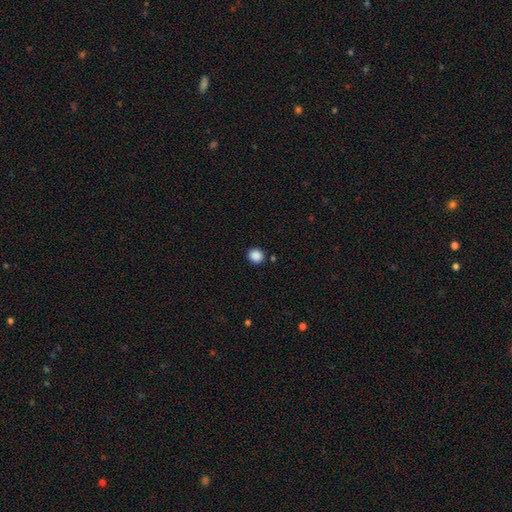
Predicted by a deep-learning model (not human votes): smooth-or-featured: smooth: 88% | star or artifact: 10% | featured or disk: 2%
  how-rounded: round: 87% | in between: 12% | cigar-shaped: 1%
  merging: none: 88% | minor disturbance: 7% | merger: 2% | major disturbance: 2%